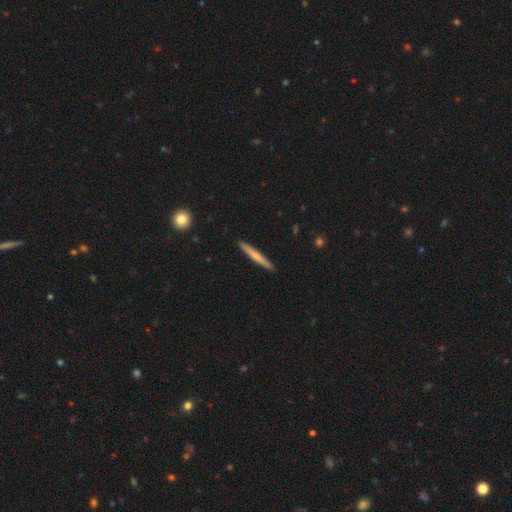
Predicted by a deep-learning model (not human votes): A smooth galaxy with no disk features (57%) that is cigar-shaped (96%).

Vote fractions:
- Smooth or featured? smooth: 57% / featured or disk: 38% / star or artifact: 5%
- How rounded? cigar-shaped: 96% / in between: 3% / round: 1%
- Merging? none: 91% / minor disturbance: 6% / major disturbance: 1% / merger: 1%